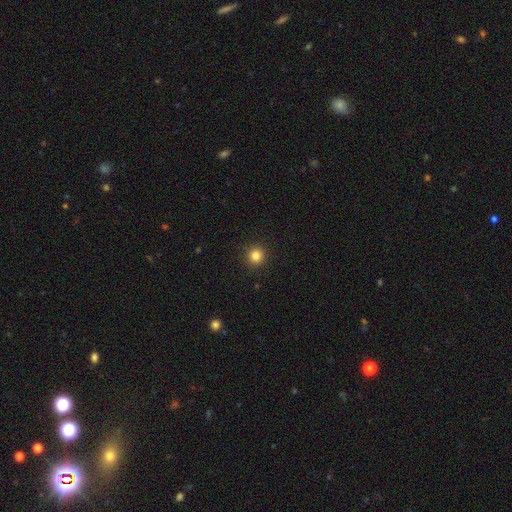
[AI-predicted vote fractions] Smooth or featured?
  - smooth: 84% *
  - star or artifact: 12%
  - featured or disk: 4%
How rounded?
  - round: 95% *
  - in between: 4%
  - cigar-shaped: 1%
Merging?
  - none: 92% *
  - minor disturbance: 5%
  - major disturbance: 2%
  - merger: 1%